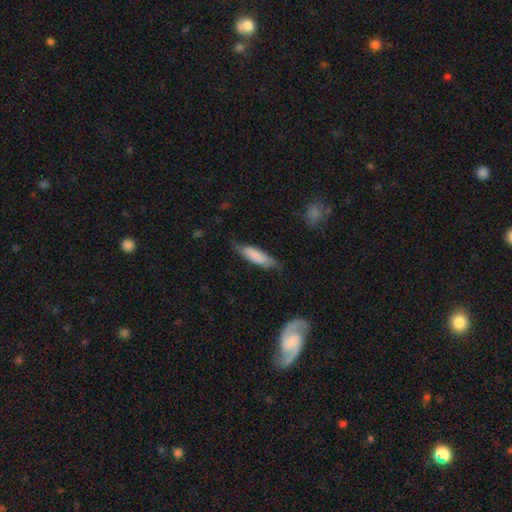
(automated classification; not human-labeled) The model was most divided on "how rounded": cigar-shaped: 57%, in between: 41%, round: 2%. More confident: smooth or featured — smooth (71%); merging — none (63%).